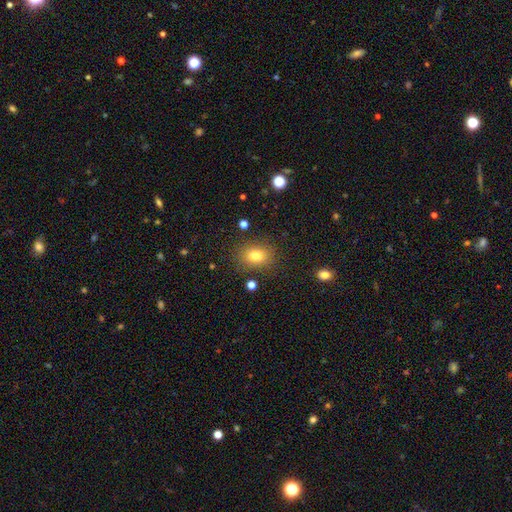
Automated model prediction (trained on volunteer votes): The model was most divided on "how rounded": in between: 56%, round: 43%, cigar-shaped: 1%. More confident: merging — none (83%); smooth or featured — smooth (79%).